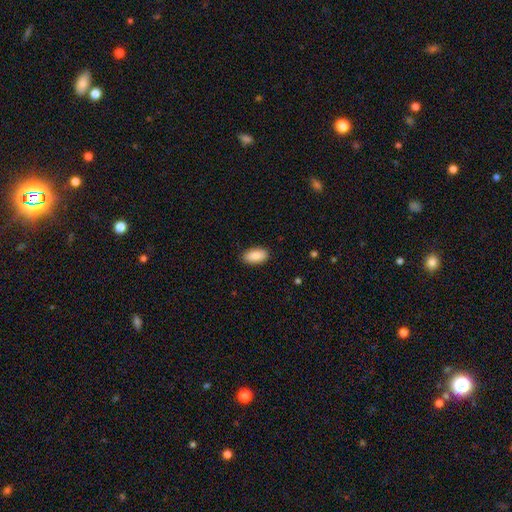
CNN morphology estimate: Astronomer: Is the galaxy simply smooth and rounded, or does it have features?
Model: smooth — 88%.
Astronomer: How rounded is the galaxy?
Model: in between — 93%.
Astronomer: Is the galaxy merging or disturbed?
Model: none — 89%.